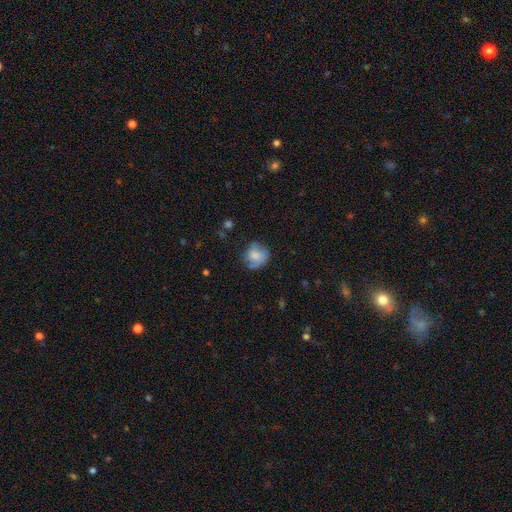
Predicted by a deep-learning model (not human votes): Smooth or featured? Predicted: smooth (p=0.68). How rounded? Predicted: round (p=0.78). Merging? Predicted: none (p=0.62).